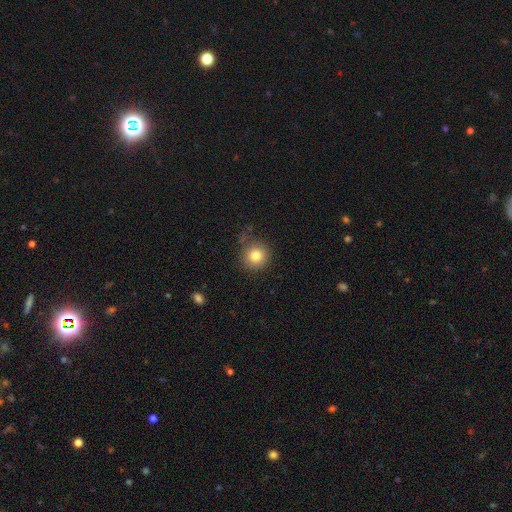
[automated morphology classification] smooth-or-featured: smooth: 81% | star or artifact: 11% | featured or disk: 8%
  how-rounded: round: 92% | in between: 7% | cigar-shaped: 1%
  merging: none: 78% | minor disturbance: 14% | major disturbance: 5% | merger: 3%